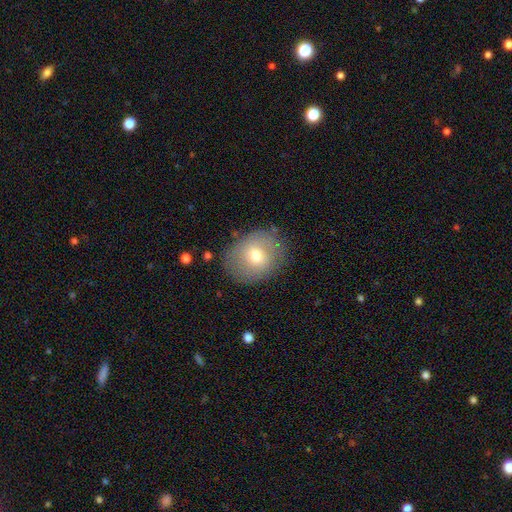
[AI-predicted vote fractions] Q: Smooth or featured?
A: smooth (66%); runner-up: featured or disk (24%)
Q: How rounded?
A: round (54%); runner-up: in between (45%)
Q: Merging?
A: none (78%); runner-up: minor disturbance (15%)